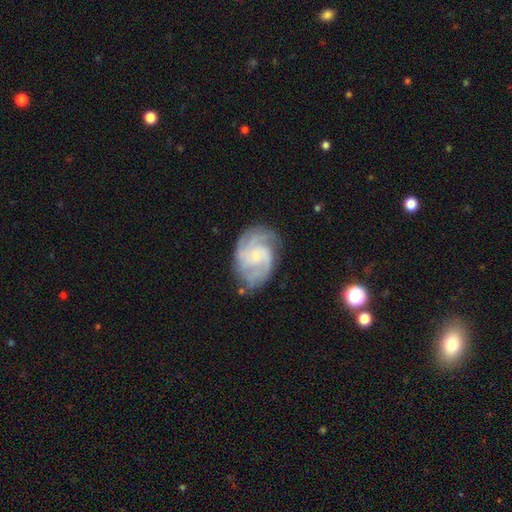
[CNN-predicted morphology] Smooth or featured? featured or disk (85%)
Edge-on disk? no (98%)
Bar? no (64%)
Spiral arms? yes (97%)
Spiral winding? tight (48%)
Spiral arm count? 3 (39%)
Bulge size? small (69%)
Merging? none (71%)